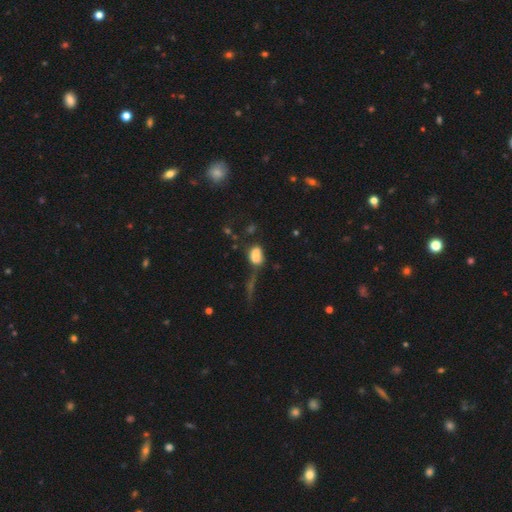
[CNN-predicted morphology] smooth-or-featured: smooth: 69% | featured or disk: 18% | star or artifact: 13%
  how-rounded: in between: 71% | round: 26% | cigar-shaped: 3%
  merging: merger: 39% | major disturbance: 23% | none: 23% | minor disturbance: 15%